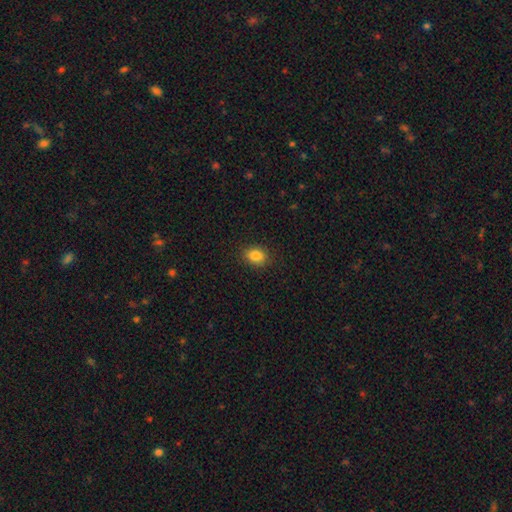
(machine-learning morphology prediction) smooth-or-featured: smooth: 85% | star or artifact: 10% | featured or disk: 5%
  how-rounded: in between: 59% | round: 40% | cigar-shaped: 1%
  merging: none: 88% | minor disturbance: 9% | major disturbance: 2% | merger: 1%